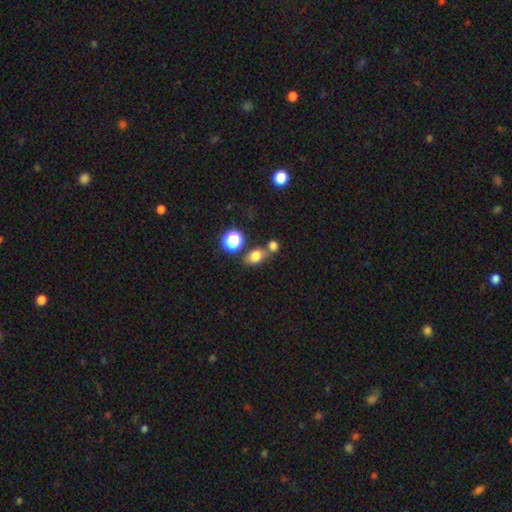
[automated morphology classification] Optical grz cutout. It shows a smooth galaxy with no disk features (75%) that is in between round and cigar-shaped (66%). Merging: none (55%).